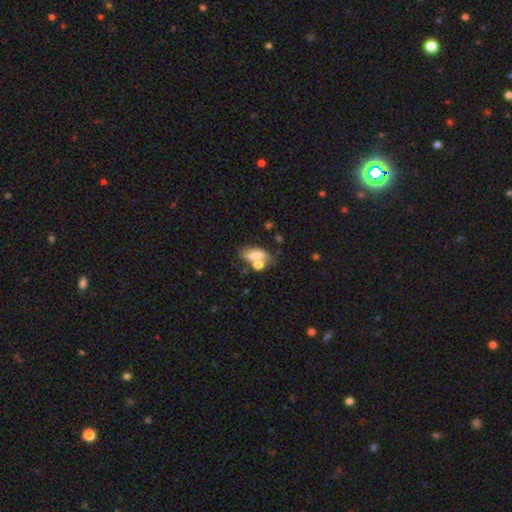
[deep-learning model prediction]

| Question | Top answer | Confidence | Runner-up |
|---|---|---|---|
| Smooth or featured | smooth | 66% | featured or disk (23%) |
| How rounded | in between | 78% | cigar-shaped (12%) |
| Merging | none | 41% | merger (34%) |